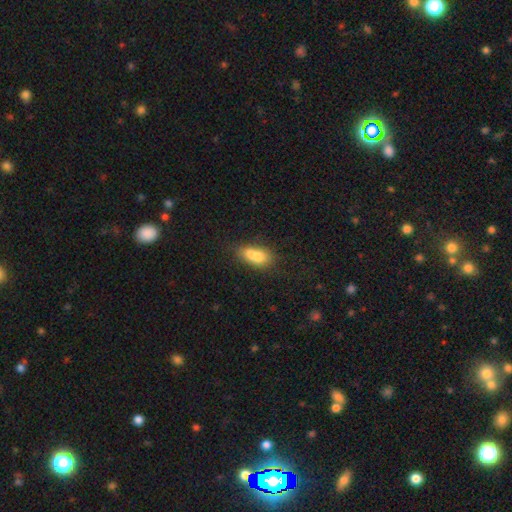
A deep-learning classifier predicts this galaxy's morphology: Overall: smooth (73%). How rounded: in between (80%). Merging: none (39%; merger 36%).